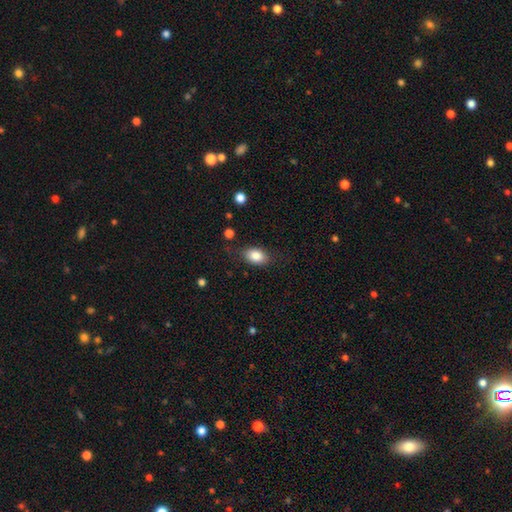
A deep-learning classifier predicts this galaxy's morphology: Q: Smooth or featured?
A: smooth (84%); runner-up: featured or disk (8%)
Q: How rounded?
A: in between (84%); runner-up: round (14%)
Q: Merging?
A: none (78%); runner-up: minor disturbance (15%)